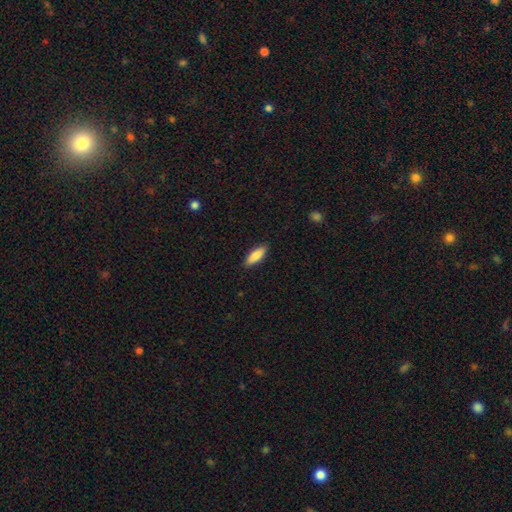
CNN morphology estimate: Smooth or featured?
  - smooth: 83% *
  - featured or disk: 11%
  - star or artifact: 6%
How rounded?
  - in between: 58% *
  - cigar-shaped: 40%
  - round: 2%
Merging?
  - none: 88% *
  - minor disturbance: 9%
  - major disturbance: 2%
  - merger: 1%